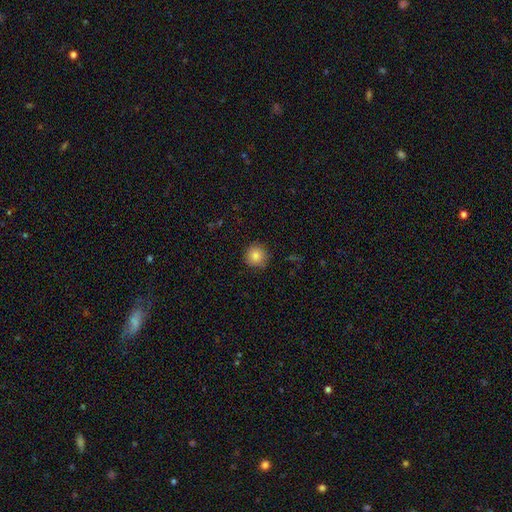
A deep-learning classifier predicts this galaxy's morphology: A smooth galaxy with no disk features (84%) that is round (94%). Merging: none (87%).